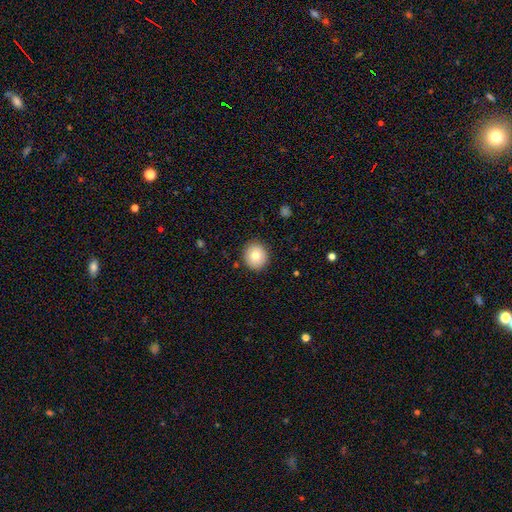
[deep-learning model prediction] Q: Smooth or featured?
A: smooth (78%); runner-up: featured or disk (13%)
Q: How rounded?
A: round (87%); runner-up: in between (12%)
Q: Merging?
A: none (89%); runner-up: minor disturbance (8%)